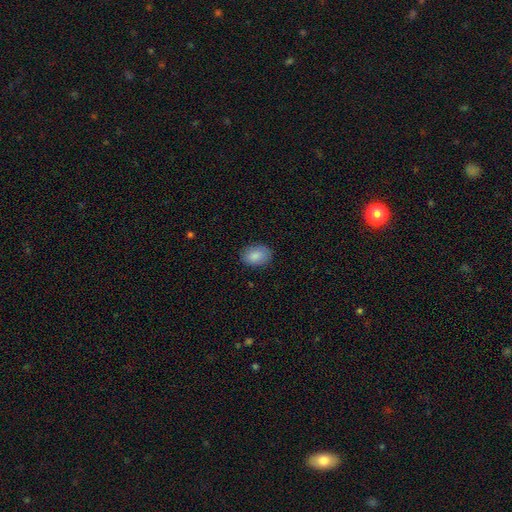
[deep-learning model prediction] Smooth or featured?
  - smooth: 87% *
  - star or artifact: 7%
  - featured or disk: 6%
How rounded?
  - in between: 78% *
  - round: 21%
  - cigar-shaped: 1%
Merging?
  - none: 86% *
  - minor disturbance: 11%
  - major disturbance: 3%
  - merger: 1%